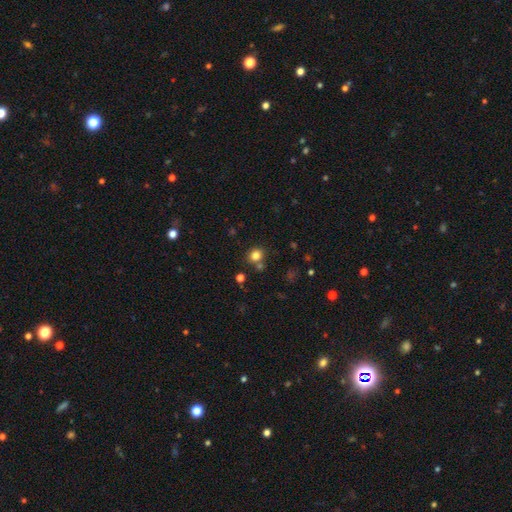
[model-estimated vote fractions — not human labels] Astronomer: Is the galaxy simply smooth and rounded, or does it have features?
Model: smooth — 80%.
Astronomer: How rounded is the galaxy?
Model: round — 75%.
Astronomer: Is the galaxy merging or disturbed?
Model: none — 71%.